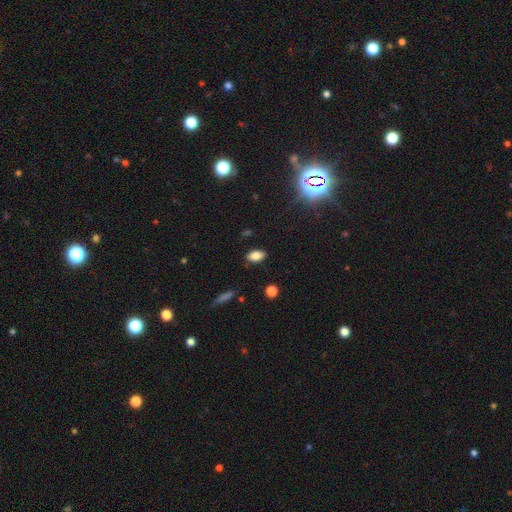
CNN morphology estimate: Smooth or featured? Predicted: smooth (p=0.82). How rounded? Predicted: in between (p=0.90). Merging? Predicted: none (p=0.86).